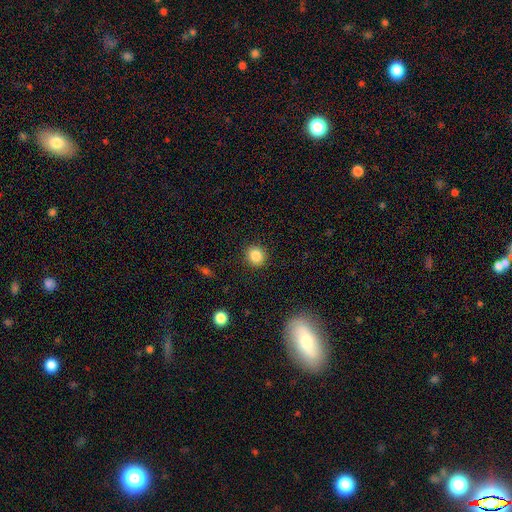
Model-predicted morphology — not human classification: smooth 86%, star or artifact 10%, featured or disk 4%. Down the decision tree: how rounded — round (84%); merging — none (90%).